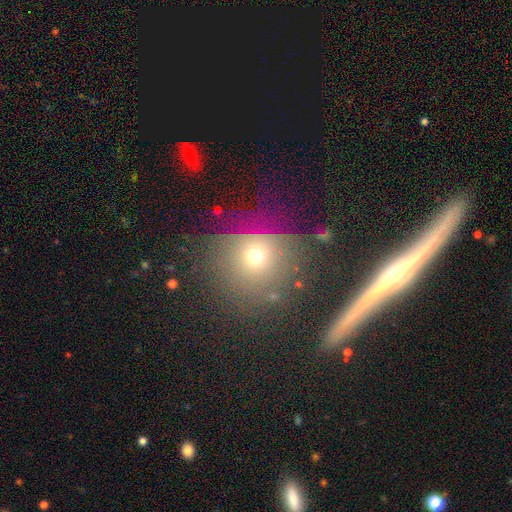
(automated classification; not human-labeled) Smooth or featured? smooth (62%)
How rounded? round (86%)
Merging? none (66%)